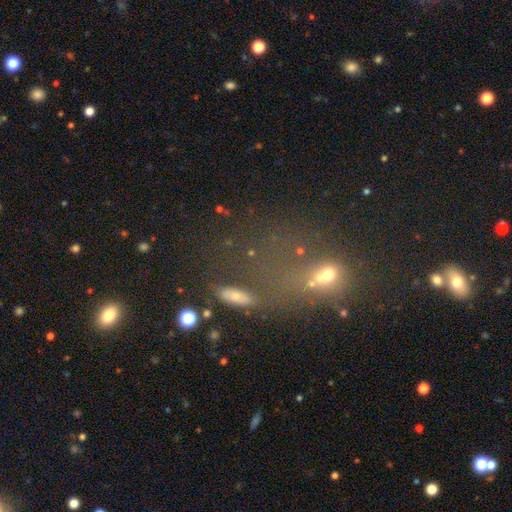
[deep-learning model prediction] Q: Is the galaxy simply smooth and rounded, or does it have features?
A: star or artifact — 48%.